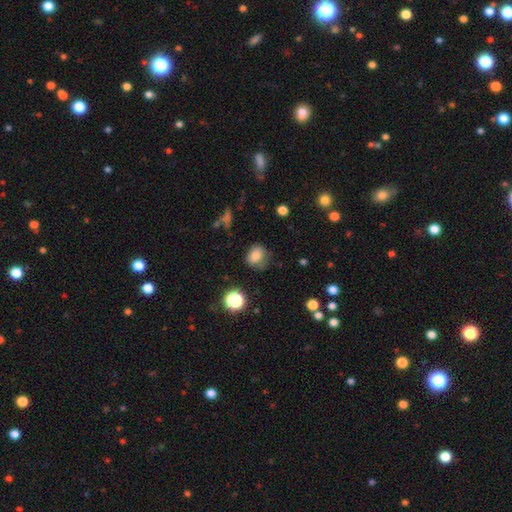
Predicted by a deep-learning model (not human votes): Smooth or featured?
  - smooth: 79% *
  - star or artifact: 13%
  - featured or disk: 9%
How rounded?
  - round: 55% *
  - in between: 44%
  - cigar-shaped: 1%
Merging?
  - none: 62% *
  - minor disturbance: 25%
  - major disturbance: 10%
  - merger: 3%